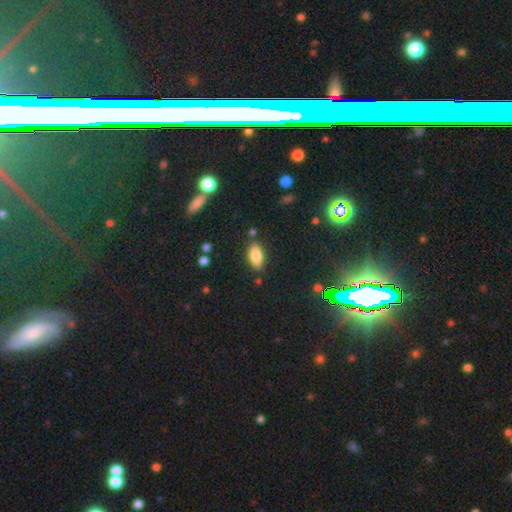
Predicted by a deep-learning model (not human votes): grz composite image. It shows a smooth galaxy with no disk features (82%) that is in between round and cigar-shaped (86%). Merging: none (83%).